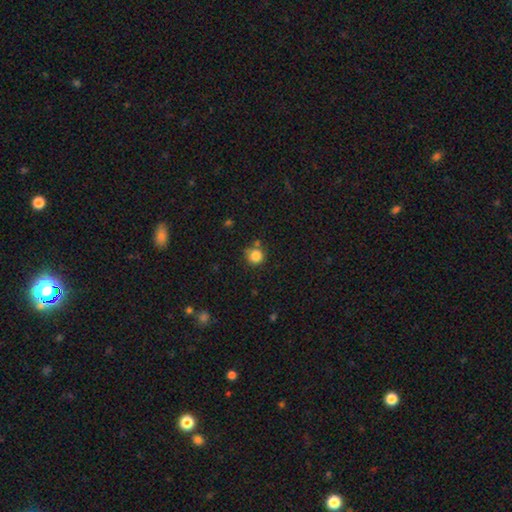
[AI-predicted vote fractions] This appears to be a smooth galaxy with no disk features (83%) that is round (93%). Merging: none (72%).